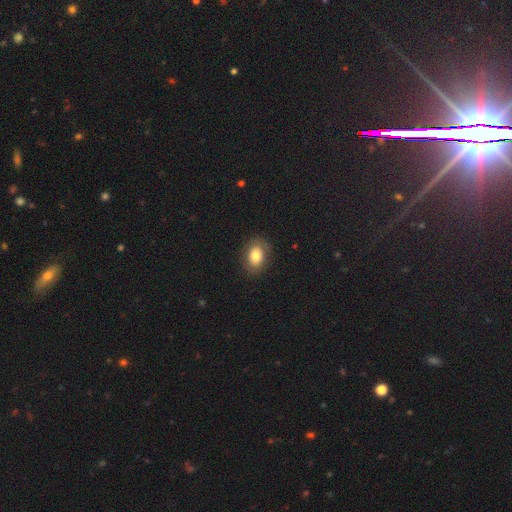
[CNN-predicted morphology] A smooth galaxy with no disk features (78%) that is in between round and cigar-shaped (77%).

Vote fractions:
- Smooth or featured? smooth: 78% / featured or disk: 14% / star or artifact: 8%
- How rounded? in between: 77% / round: 22% / cigar-shaped: 1%
- Merging? none: 82% / minor disturbance: 13% / major disturbance: 4% / merger: 1%